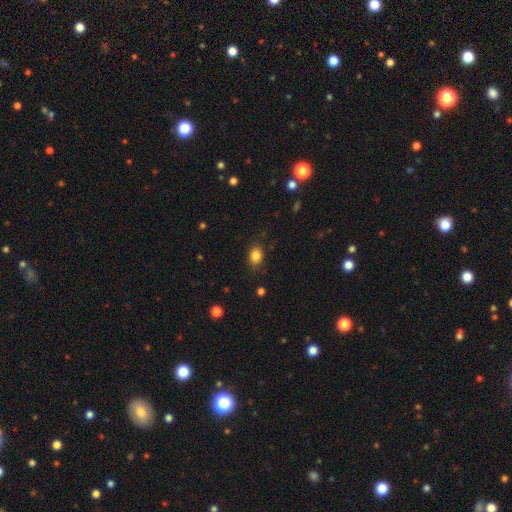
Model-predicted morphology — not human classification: A smooth galaxy with no disk features (85%) that is in between round and cigar-shaped (66%).

Vote fractions:
- Smooth or featured? smooth: 85% / star or artifact: 10% / featured or disk: 5%
- How rounded? in between: 66% / round: 33% / cigar-shaped: 1%
- Merging? none: 84% / minor disturbance: 12% / major disturbance: 3% / merger: 1%